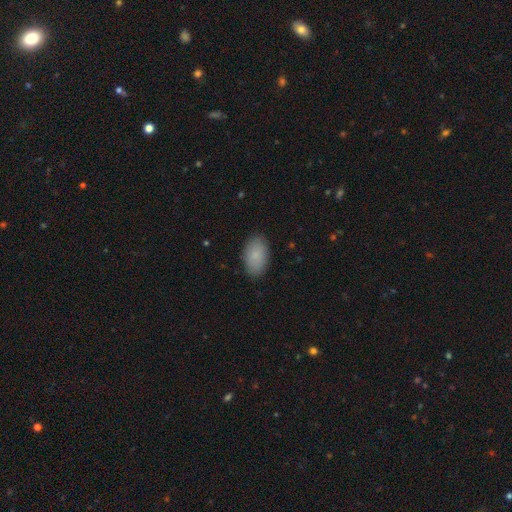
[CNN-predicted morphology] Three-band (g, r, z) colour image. It shows a smooth galaxy with no disk features (86%) that is in between round and cigar-shaped (93%). Merging: none (87%).